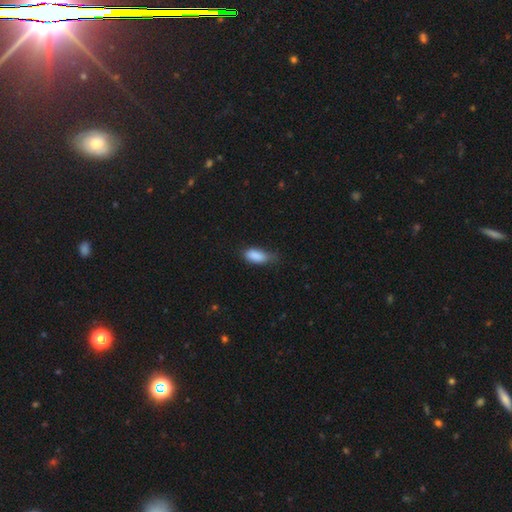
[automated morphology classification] smooth 87%, star or artifact 8%, featured or disk 5%. Down the decision tree: how rounded — in between (87%); merging — none (43%, tied with minor disturbance).